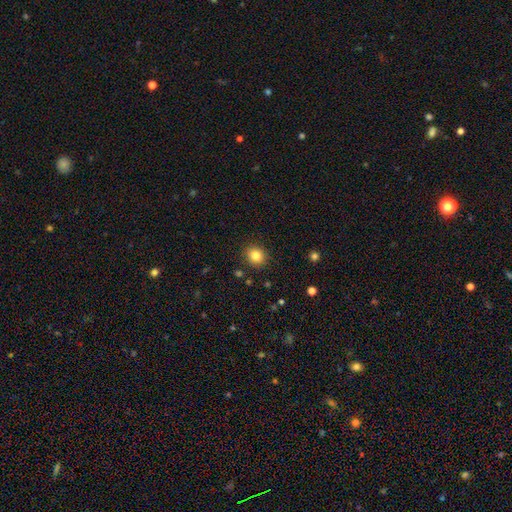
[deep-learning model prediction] This appears to be a smooth galaxy with no disk features (84%) that is round (81%). Merging: none (90%).